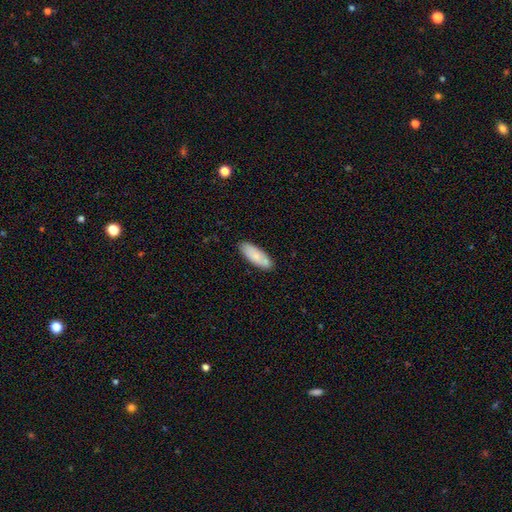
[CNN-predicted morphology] Smooth or featured?
  - smooth: 79% *
  - featured or disk: 15%
  - star or artifact: 6%
How rounded?
  - in between: 67% *
  - cigar-shaped: 32%
  - round: 2%
Merging?
  - none: 83% *
  - minor disturbance: 13%
  - merger: 2%
  - major disturbance: 2%